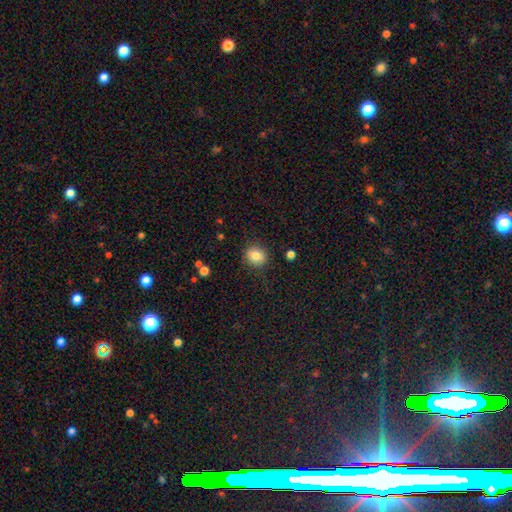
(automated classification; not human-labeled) Overall: smooth (83%). How rounded: round (80%). Merging: none (87%).